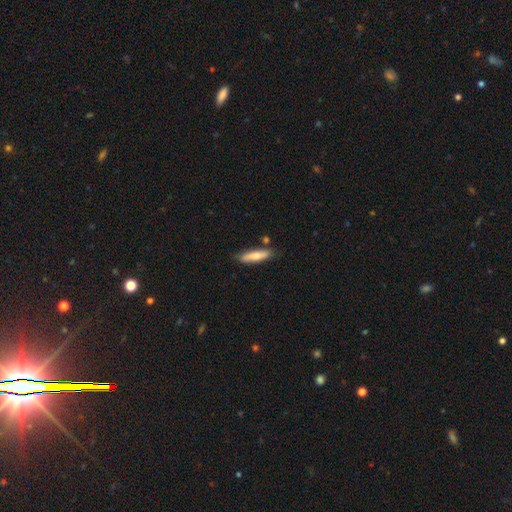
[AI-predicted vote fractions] smooth-or-featured: smooth: 74% | featured or disk: 21% | star or artifact: 6%
  how-rounded: cigar-shaped: 76% | in between: 23% | round: 2%
  merging: none: 77% | minor disturbance: 16% | merger: 5% | major disturbance: 3%